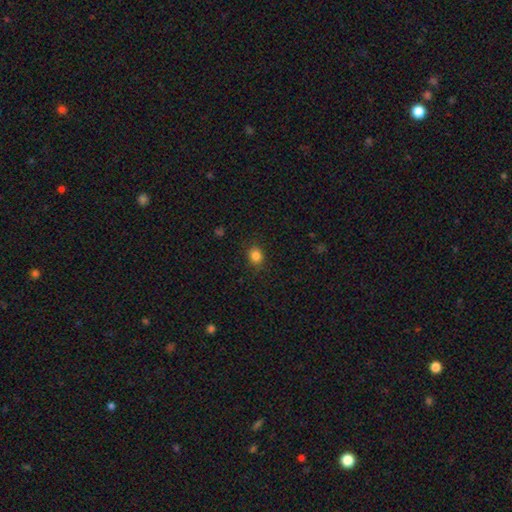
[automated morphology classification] The model was most divided on "how rounded": round: 64%, in between: 35%, cigar-shaped: 1%. More confident: merging — none (87%); smooth or featured — smooth (84%).